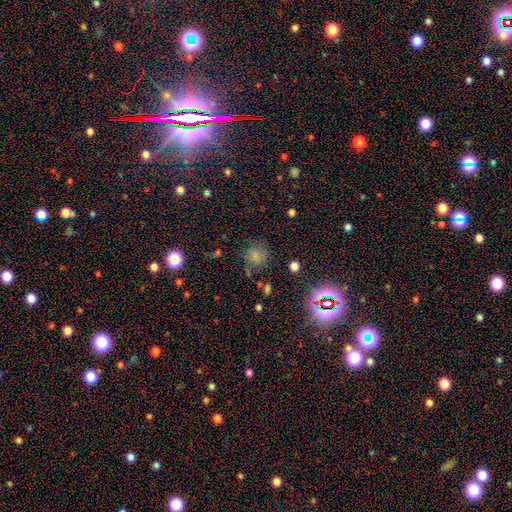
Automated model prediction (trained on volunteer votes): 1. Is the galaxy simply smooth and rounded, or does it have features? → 63% smooth, 26% star or artifact, 11% featured or disk.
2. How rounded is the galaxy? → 81% round, 18% in between, 1% cigar-shaped.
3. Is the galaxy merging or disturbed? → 68% none, 18% minor disturbance, 9% major disturbance, 5% merger.